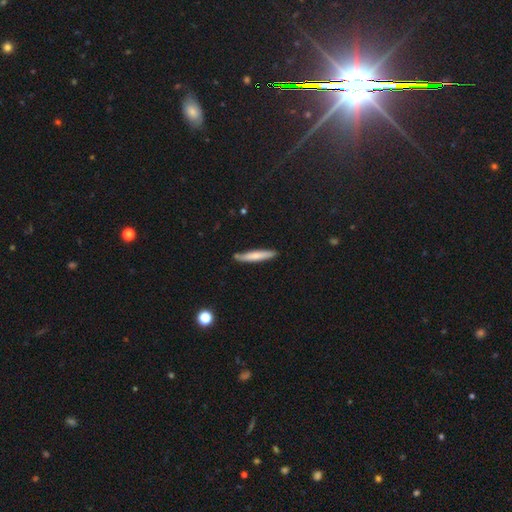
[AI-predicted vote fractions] Q: Smooth or featured?
A: smooth (71%); runner-up: featured or disk (23%)
Q: How rounded?
A: cigar-shaped (92%); runner-up: in between (7%)
Q: Merging?
A: none (84%); runner-up: minor disturbance (12%)